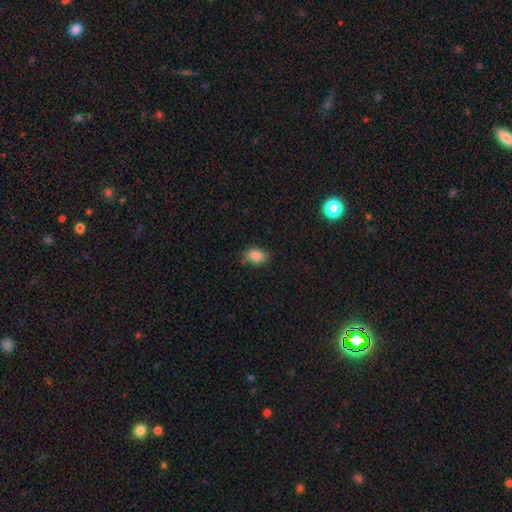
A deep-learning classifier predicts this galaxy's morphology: Overall: smooth (86%). How rounded: in between (78%). Merging: none (80%).